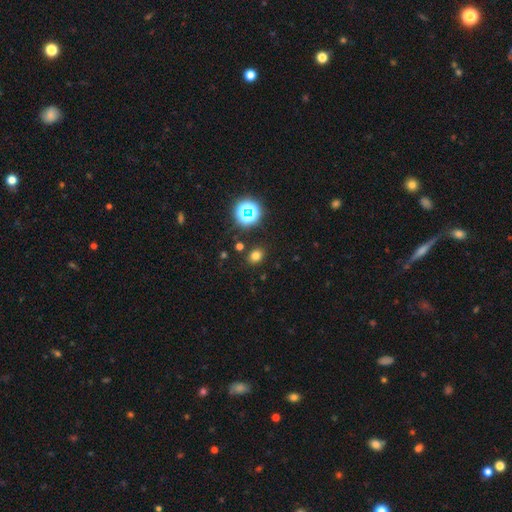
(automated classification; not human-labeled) Morphology: type=smooth (73%); roundness=round (54%); merging=none (86%).